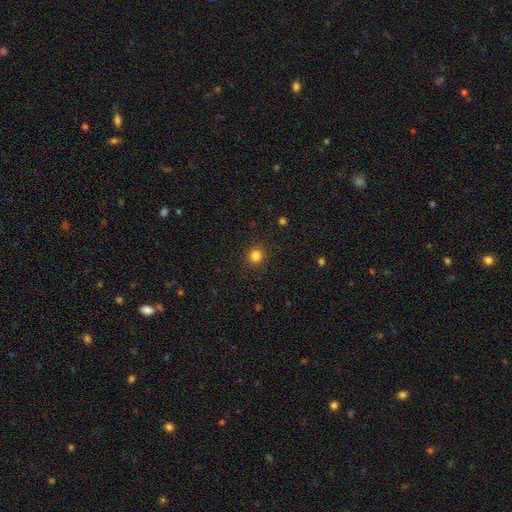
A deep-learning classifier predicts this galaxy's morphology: Smooth or featured? smooth (83%)
How rounded? round (90%)
Merging? none (90%)